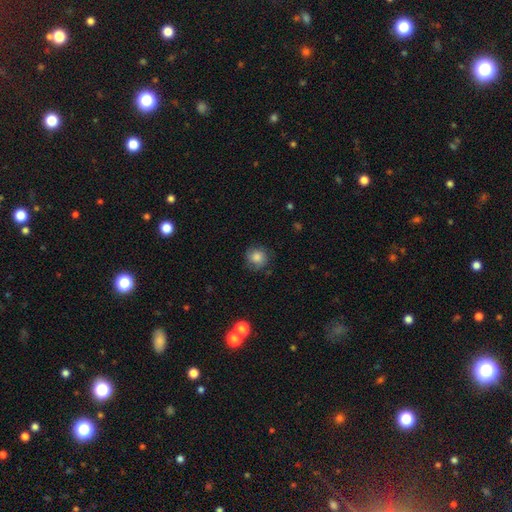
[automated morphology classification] smooth 73%, featured or disk 14%, star or artifact 13%. Down the decision tree: how rounded — round (90%); merging — none (81%).